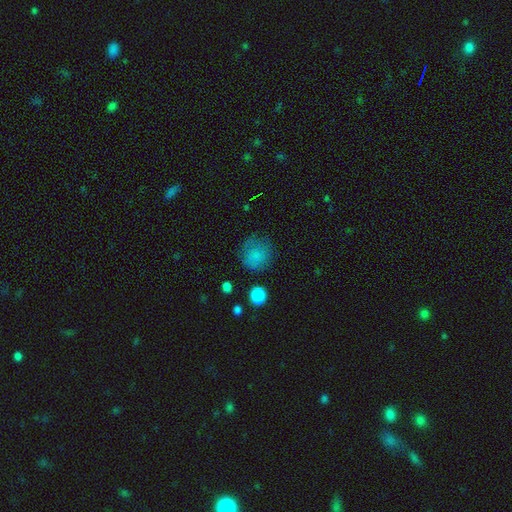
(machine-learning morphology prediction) Smooth or featured? Predicted: smooth (p=0.81). How rounded? Predicted: round (p=0.89). Merging? Predicted: none (p=0.71).